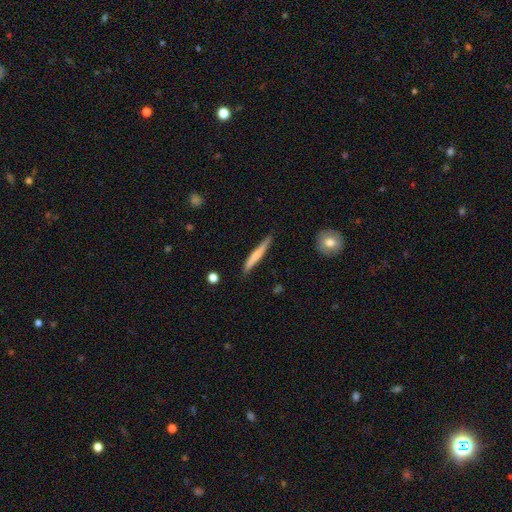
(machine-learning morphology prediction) Smooth or featured? Predicted: smooth (p=0.61). How rounded? Predicted: cigar-shaped (p=0.95). Merging? Predicted: none (p=0.81).